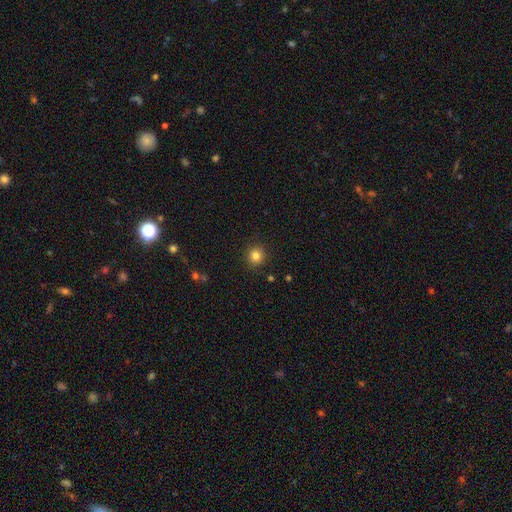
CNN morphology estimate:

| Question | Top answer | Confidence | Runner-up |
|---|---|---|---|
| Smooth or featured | smooth | 83% | star or artifact (12%) |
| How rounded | round | 92% | in between (7%) |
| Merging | none | 91% | minor disturbance (6%) |